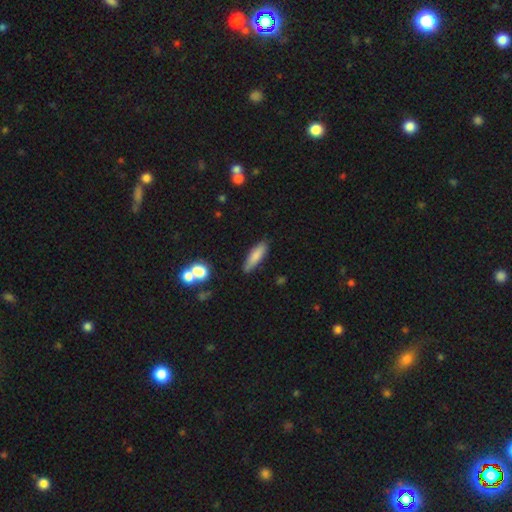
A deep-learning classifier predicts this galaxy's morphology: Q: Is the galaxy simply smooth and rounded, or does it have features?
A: smooth — 80%.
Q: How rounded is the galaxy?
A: cigar-shaped — 63%.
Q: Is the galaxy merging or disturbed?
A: none — 82%.